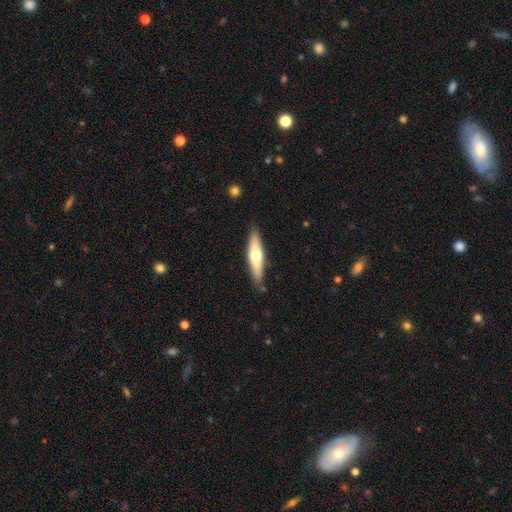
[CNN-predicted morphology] smooth-or-featured: smooth: 55% | featured or disk: 40% | star or artifact: 5%
  how-rounded: cigar-shaped: 77% | in between: 22% | round: 2%
  merging: none: 84% | minor disturbance: 13% | major disturbance: 2% | merger: 2%